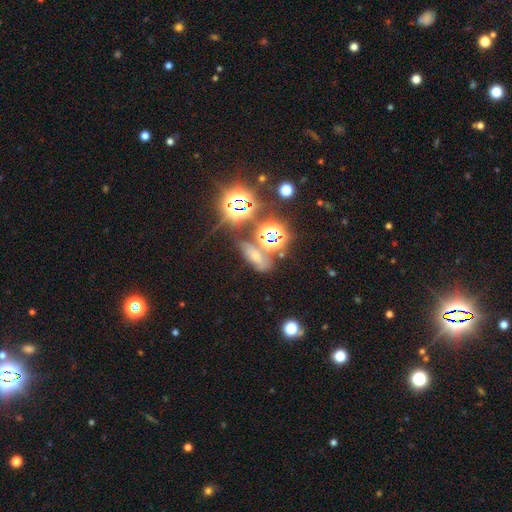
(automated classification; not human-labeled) star or artifact 47%, smooth 34%, featured or disk 19%.